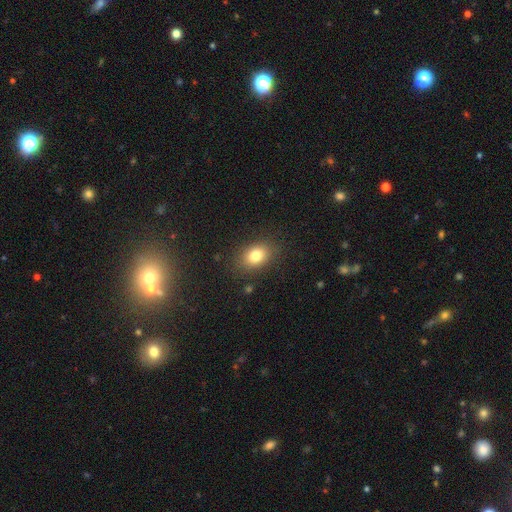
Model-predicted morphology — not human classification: A smooth galaxy with no disk features (80%) that is in between round and cigar-shaped (73%).

Vote fractions:
- Smooth or featured? smooth: 80% / star or artifact: 10% / featured or disk: 9%
- How rounded? in between: 73% / round: 25% / cigar-shaped: 1%
- Merging? none: 85% / minor disturbance: 10% / major disturbance: 4% / merger: 1%